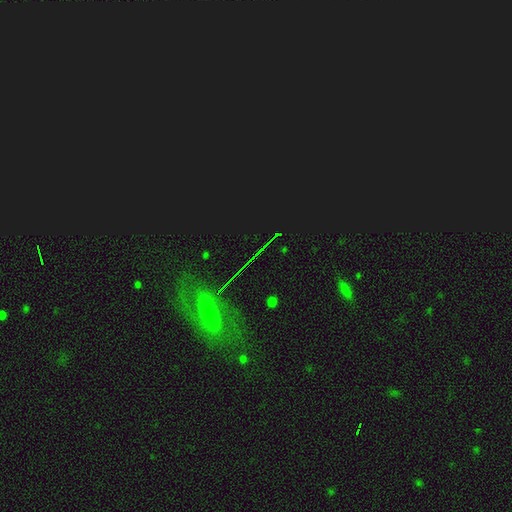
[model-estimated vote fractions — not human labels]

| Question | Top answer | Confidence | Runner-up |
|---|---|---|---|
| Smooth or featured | star or artifact | 55% | featured or disk (25%) |